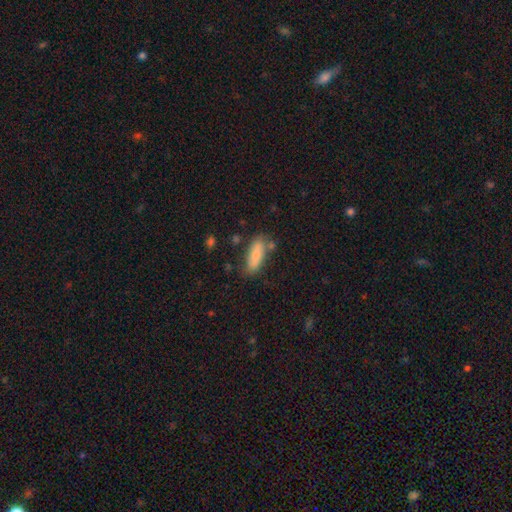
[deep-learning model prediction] Overall: smooth (76%). How rounded: in between (64%; cigar-shaped 33%). Merging: none (71%).